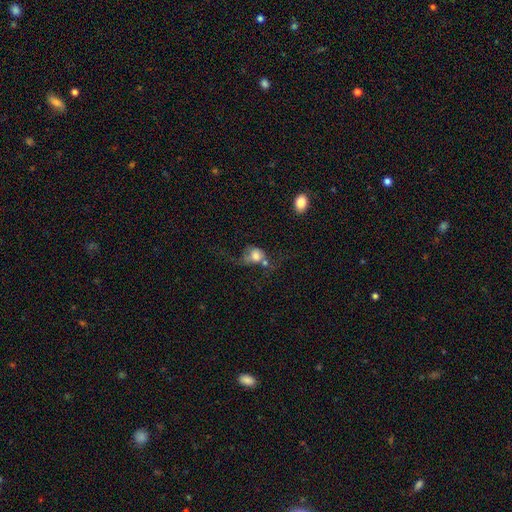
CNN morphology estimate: smooth_or_featured: smooth (p=0.57) [alt: featured or disk p=0.32]
how_rounded: round (p=0.55) [alt: in between p=0.44]
merging: major disturbance (p=0.40) [alt: merger p=0.23]